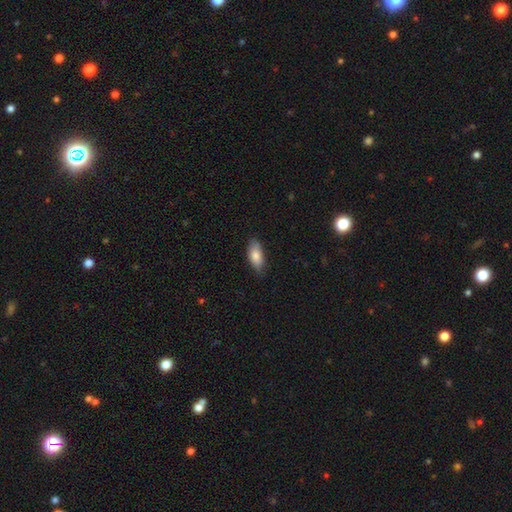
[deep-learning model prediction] This is clearly a smooth galaxy (83%). How rounded: clearly in between (86%). Merging: likely none (80%).